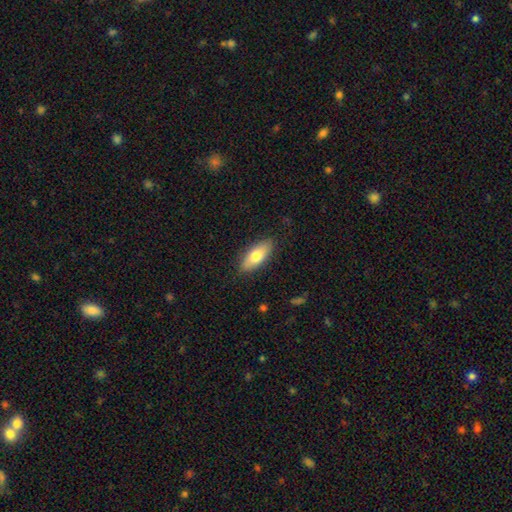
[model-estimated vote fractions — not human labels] Morphology: type=smooth (74%); roundness=in between (80%); merging=none (86%).